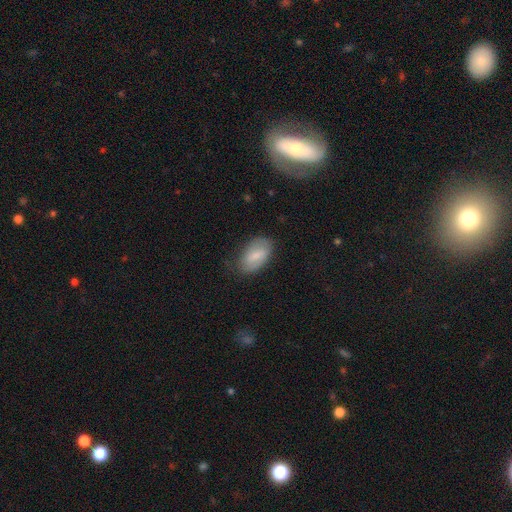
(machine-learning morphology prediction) A smooth galaxy with no disk features (69%) that is in between round and cigar-shaped (93%). Merging: none (73%).